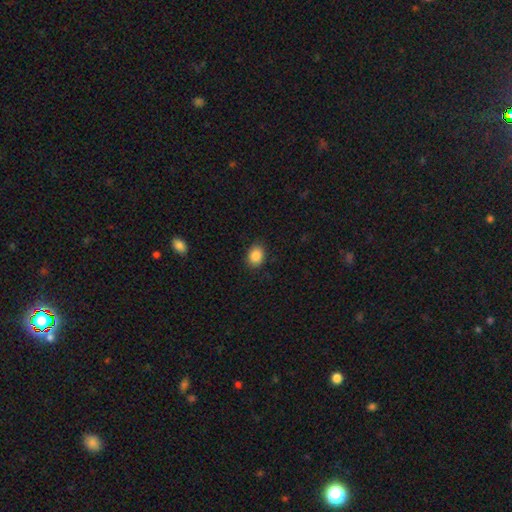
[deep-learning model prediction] A smooth galaxy with no disk features (86%) that is in between round and cigar-shaped (55%). Merging: none (87%).